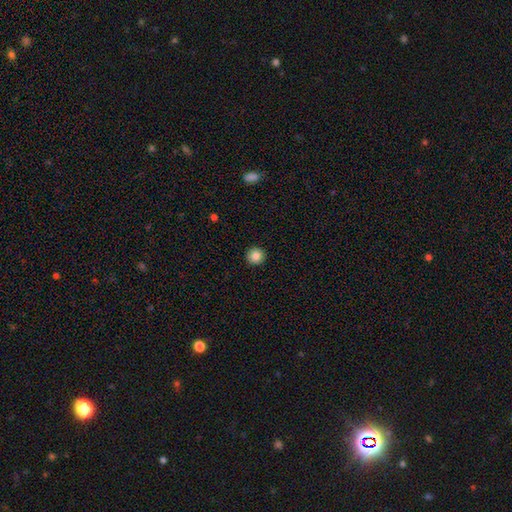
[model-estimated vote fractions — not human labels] smooth 84%, star or artifact 10%, featured or disk 6%. Down the decision tree: how rounded — round (95%); merging — none (93%).